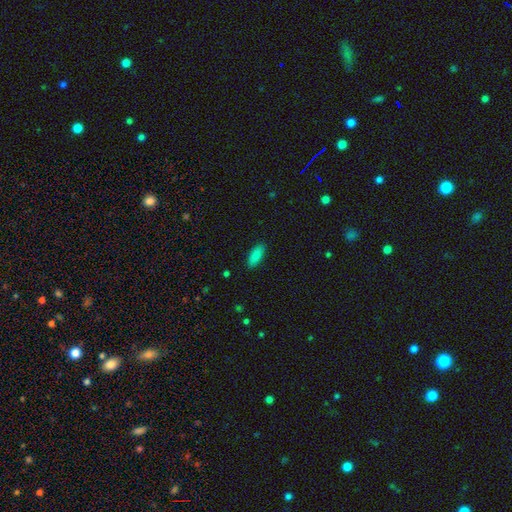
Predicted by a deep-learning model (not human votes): Smooth or featured?
  - smooth: 88% *
  - star or artifact: 7%
  - featured or disk: 5%
How rounded?
  - in between: 78% *
  - cigar-shaped: 20%
  - round: 2%
Merging?
  - none: 89% *
  - minor disturbance: 8%
  - major disturbance: 2%
  - merger: 1%